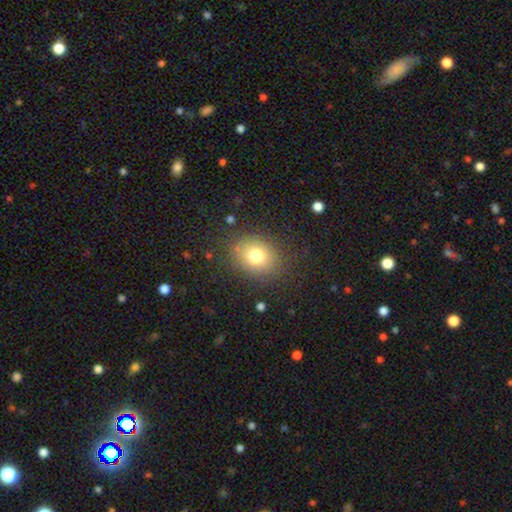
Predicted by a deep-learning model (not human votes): A smooth galaxy with no disk features (76%) that is round (61%). Merging: none (83%).